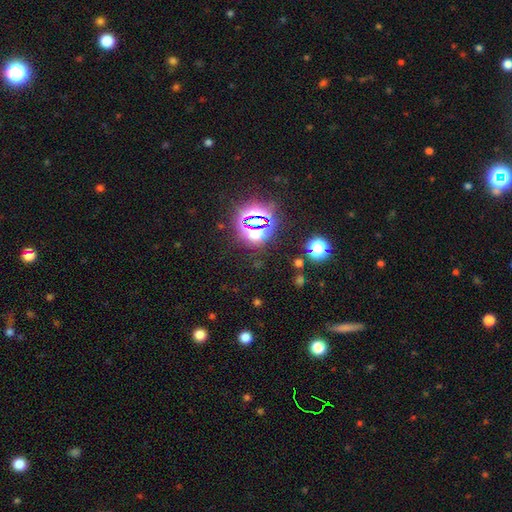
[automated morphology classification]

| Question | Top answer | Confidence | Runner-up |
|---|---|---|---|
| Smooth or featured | star or artifact | 79% | smooth (13%) |